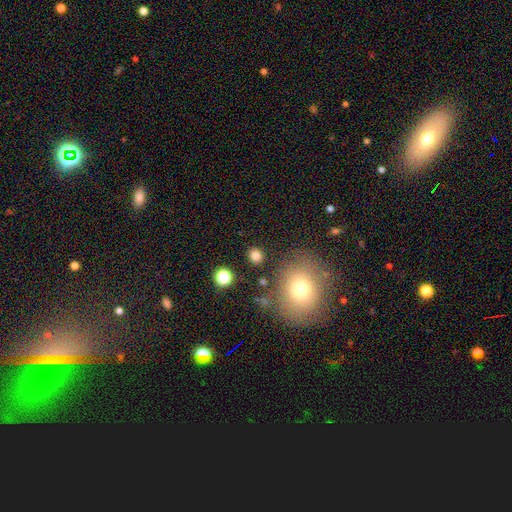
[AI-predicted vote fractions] smooth_or_featured: smooth (p=0.81) [alt: star or artifact p=0.13]
how_rounded: round (p=0.78) [alt: in between p=0.21]
merging: none (p=0.85) [alt: minor disturbance p=0.08]